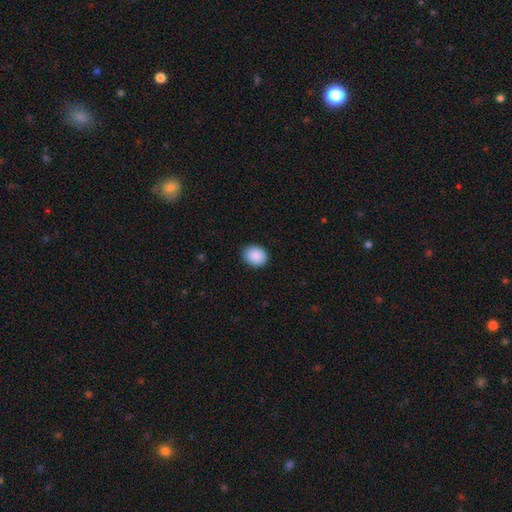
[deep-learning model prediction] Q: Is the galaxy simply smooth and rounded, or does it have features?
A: smooth — 90%.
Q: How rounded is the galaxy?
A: round — 58%.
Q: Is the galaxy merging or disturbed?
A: none — 89%.